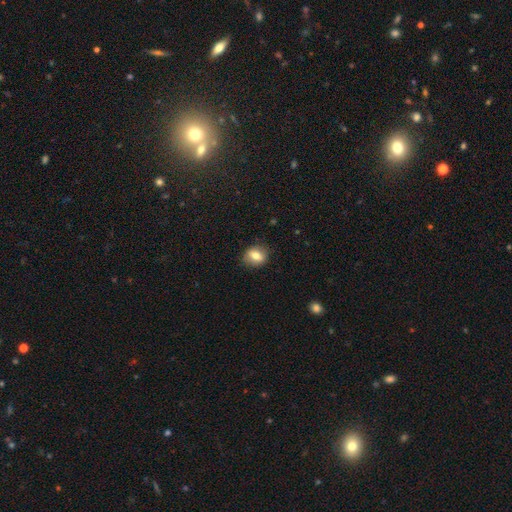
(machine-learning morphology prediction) Smooth or featured: smooth — 75% (featured or disk — 16%)
How rounded: round — 58% (in between — 41%)
Merging: none — 83% (minor disturbance — 12%)